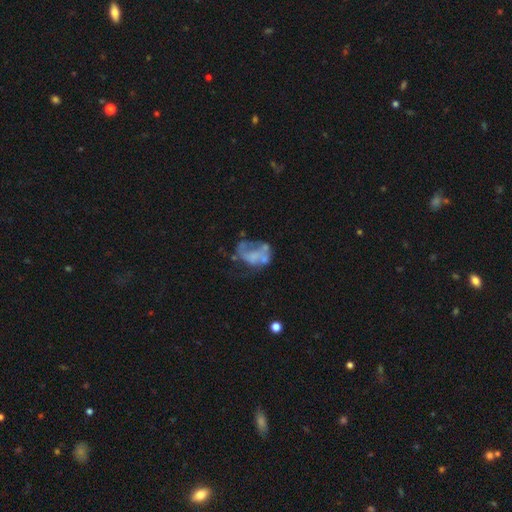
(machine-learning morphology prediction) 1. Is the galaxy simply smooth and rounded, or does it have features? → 56% featured or disk, 31% smooth, 13% star or artifact.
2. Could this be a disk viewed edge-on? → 98% no, 2% yes.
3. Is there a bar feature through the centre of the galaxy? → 87% no, 10% weak, 3% strong.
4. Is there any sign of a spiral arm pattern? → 83% no, 17% yes.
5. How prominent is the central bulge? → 69% none, 13% small, 12% moderate, 4% large, 1% dominant.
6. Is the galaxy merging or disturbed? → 35% major disturbance, 28% none, 20% minor disturbance, 18% merger.